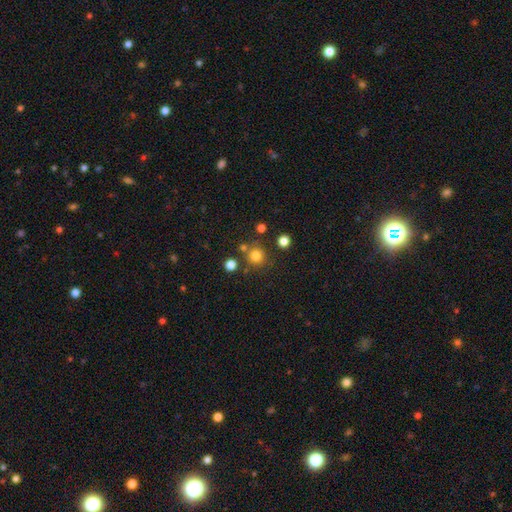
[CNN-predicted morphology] Q: Smooth or featured?
A: smooth (79%); runner-up: star or artifact (15%)
Q: How rounded?
A: round (92%); runner-up: in between (7%)
Q: Merging?
A: none (78%); runner-up: merger (10%)